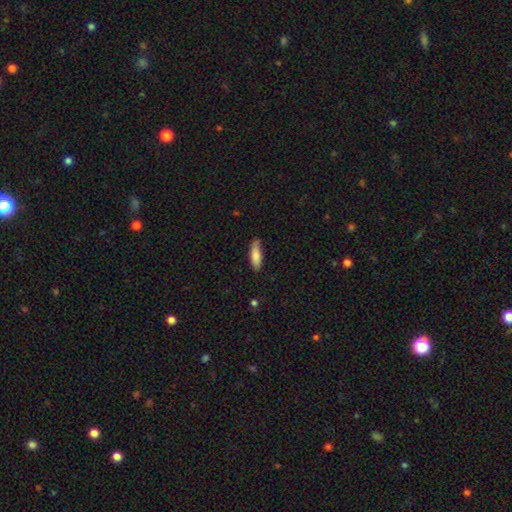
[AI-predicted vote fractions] Smooth or featured? Predicted: smooth (p=0.84). How rounded? Predicted: in between (p=0.55). Merging? Predicted: none (p=0.69).